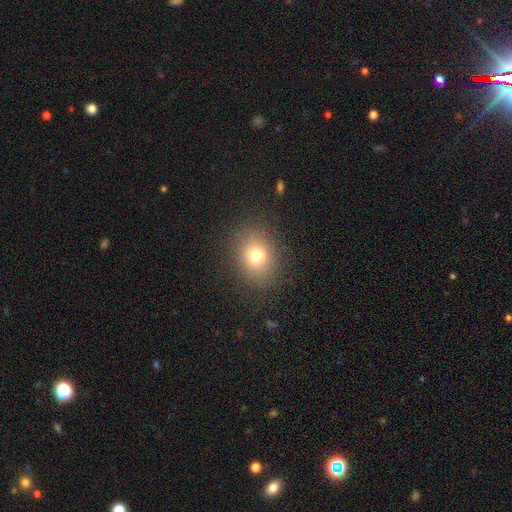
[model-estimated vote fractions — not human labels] A smooth galaxy with no disk features (75%) that is round (59%).

Vote fractions:
- Smooth or featured? smooth: 75% / star or artifact: 14% / featured or disk: 11%
- How rounded? round: 59% / in between: 40% / cigar-shaped: 1%
- Merging? none: 85% / minor disturbance: 9% / major disturbance: 4% / merger: 1%